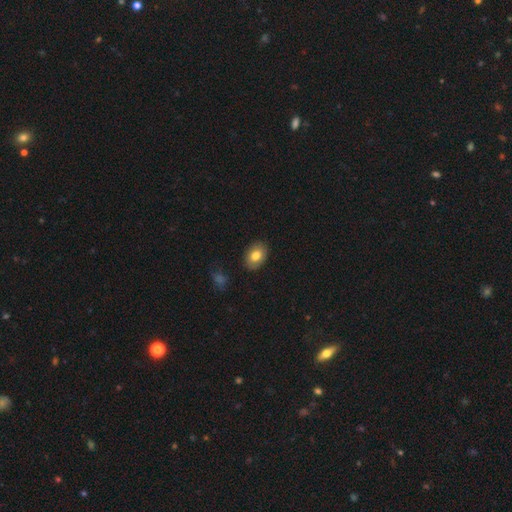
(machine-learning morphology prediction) Smooth or featured? Predicted: smooth (p=0.80). How rounded? Predicted: in between (p=0.78). Merging? Predicted: none (p=0.87).